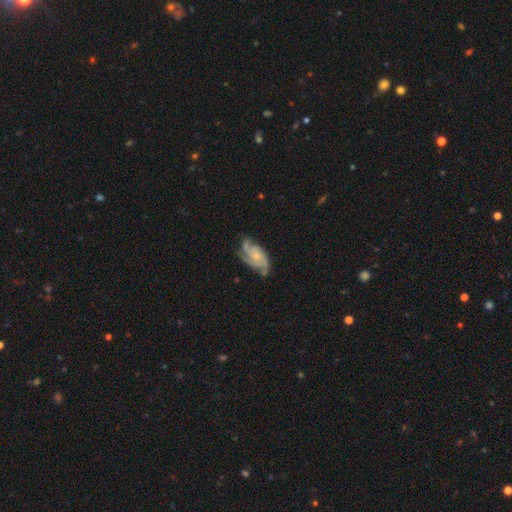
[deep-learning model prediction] Smooth or featured? Predicted: featured or disk (p=0.85). Edge-on disk? Predicted: no (p=0.97). Bar? Predicted: no (p=0.73). Spiral arms? Predicted: yes (p=0.97). Spiral winding? Predicted: medium (p=0.45). Spiral arm count? Predicted: 3 (p=0.53). Bulge size? Predicted: small (p=0.62). Merging? Predicted: none (p=0.67).